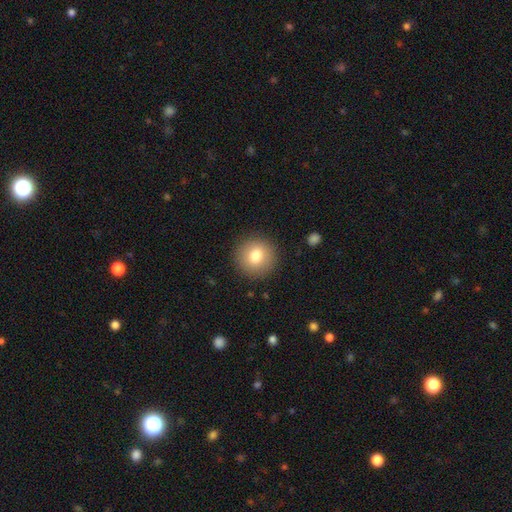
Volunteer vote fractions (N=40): Smooth or featured? 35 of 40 (88%) said smooth. How rounded? 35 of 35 (100%) said round. Merging? 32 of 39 (82%) said none.